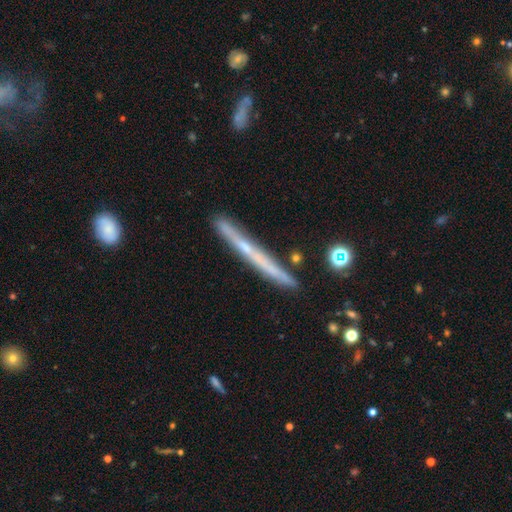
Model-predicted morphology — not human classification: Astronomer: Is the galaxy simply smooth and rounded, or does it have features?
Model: featured or disk — 61%.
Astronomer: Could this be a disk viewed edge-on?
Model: yes — 96%.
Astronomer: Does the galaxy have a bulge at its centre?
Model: none — 70%.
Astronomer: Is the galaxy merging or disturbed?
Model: none — 85%.